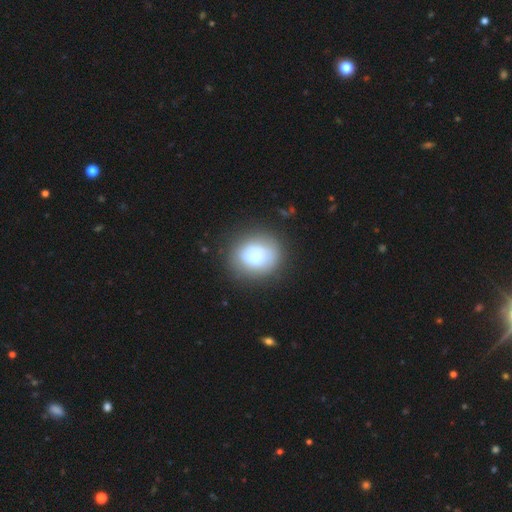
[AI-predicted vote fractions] smooth 71%, featured or disk 19%, star or artifact 10%. Down the decision tree: how rounded — round (70%); merging — none (67%).